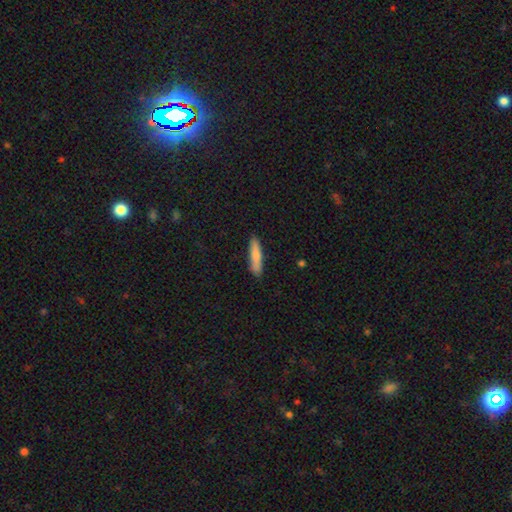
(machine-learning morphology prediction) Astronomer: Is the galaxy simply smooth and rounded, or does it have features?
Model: smooth — 77%.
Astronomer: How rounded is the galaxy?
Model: cigar-shaped — 85%.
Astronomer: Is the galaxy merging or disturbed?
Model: none — 85%.